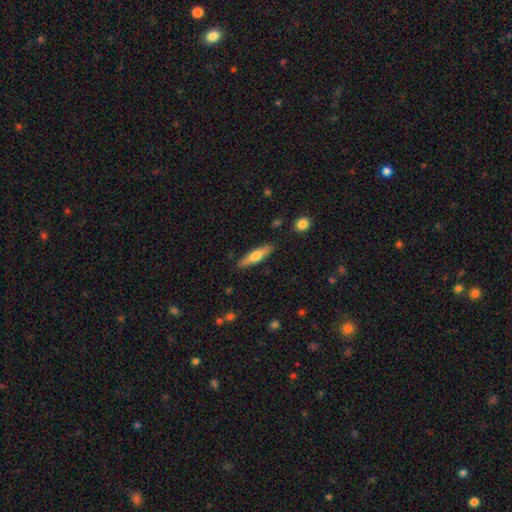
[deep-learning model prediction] Q: Smooth or featured?
A: smooth (62%); runner-up: featured or disk (32%)
Q: How rounded?
A: cigar-shaped (70%); runner-up: in between (28%)
Q: Merging?
A: none (86%); runner-up: minor disturbance (10%)